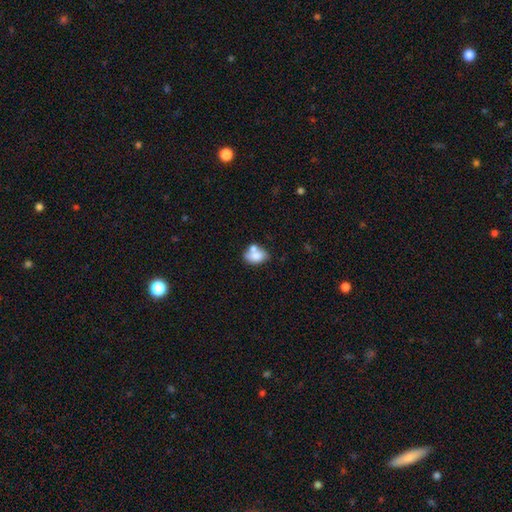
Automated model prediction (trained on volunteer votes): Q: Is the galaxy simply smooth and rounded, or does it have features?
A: smooth — 75%.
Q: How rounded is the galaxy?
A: in between — 80%.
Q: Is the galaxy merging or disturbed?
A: merger — 39%.